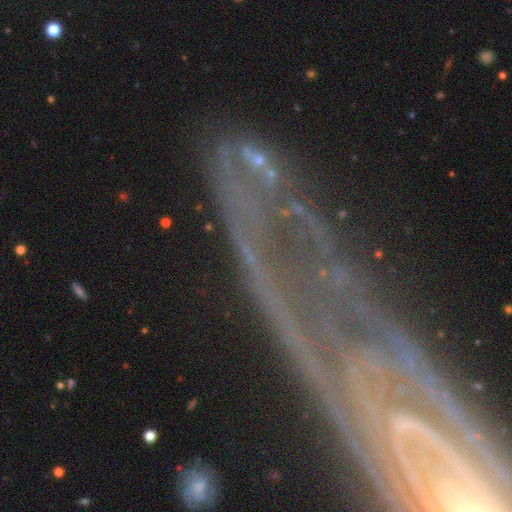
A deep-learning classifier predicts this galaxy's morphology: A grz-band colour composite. It shows a featured or disk galaxy (43%). Merging: none (65%).